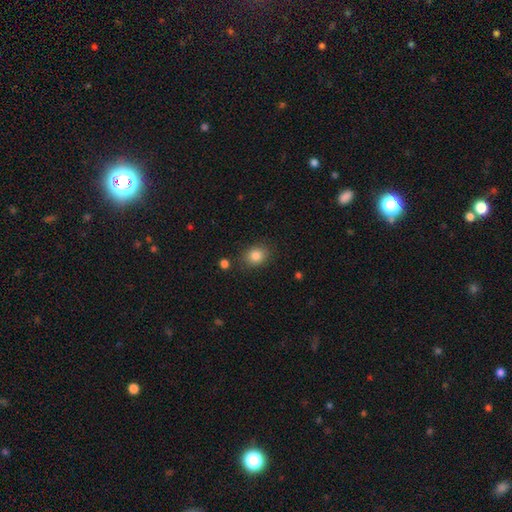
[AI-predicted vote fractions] This is clearly a smooth galaxy (83%). How rounded: possibly in between (52%). Merging: clearly none (82%).